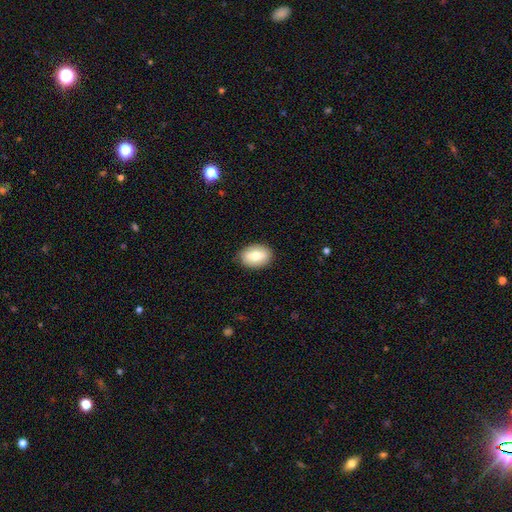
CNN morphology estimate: Smooth or featured?
  - smooth: 72% *
  - featured or disk: 21%
  - star or artifact: 7%
How rounded?
  - in between: 81% *
  - round: 17%
  - cigar-shaped: 1%
Merging?
  - none: 85% *
  - minor disturbance: 11%
  - major disturbance: 2%
  - merger: 1%